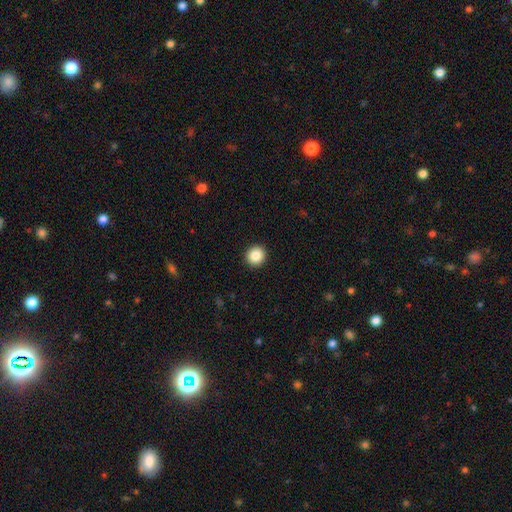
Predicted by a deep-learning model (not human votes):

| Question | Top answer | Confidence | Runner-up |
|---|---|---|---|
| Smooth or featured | smooth | 86% | star or artifact (9%) |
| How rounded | round | 93% | in between (6%) |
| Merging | none | 93% | minor disturbance (5%) |